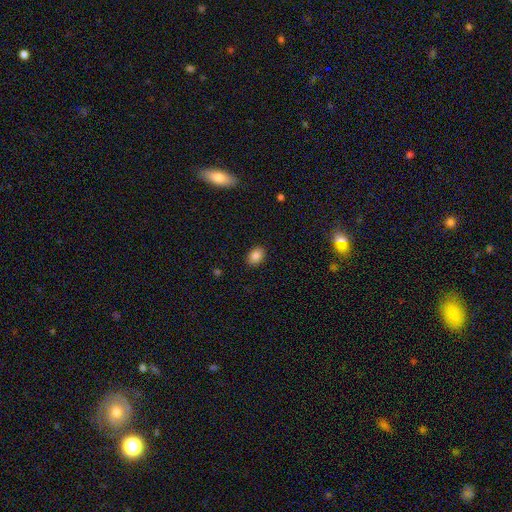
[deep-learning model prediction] A smooth galaxy with no disk features (86%) that is in between round and cigar-shaped (75%). Merging: none (89%).